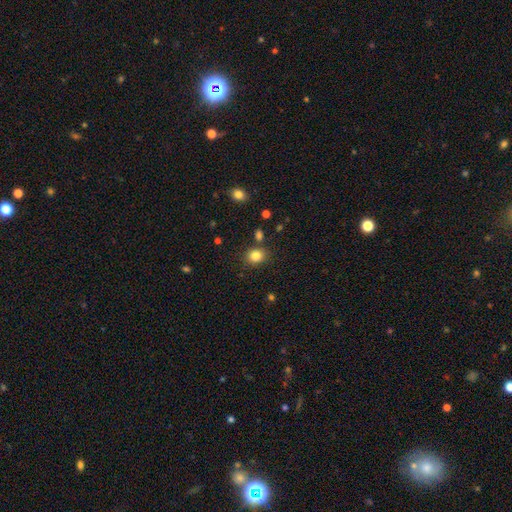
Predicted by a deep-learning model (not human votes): smooth 83%, star or artifact 11%, featured or disk 5%. Down the decision tree: how rounded — round (63%); merging — none (81%).